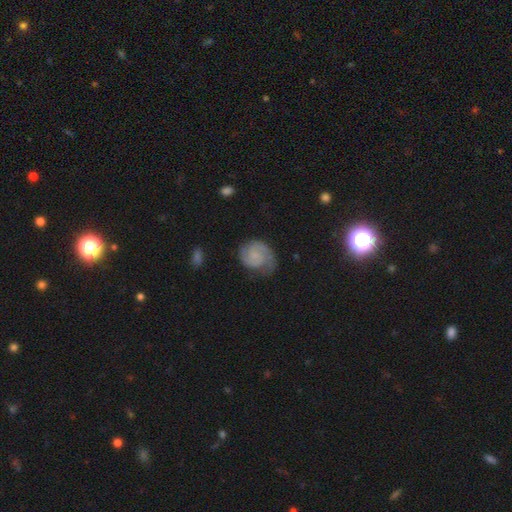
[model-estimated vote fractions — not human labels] Smooth or featured? featured or disk (75%)
Edge-on disk? no (98%)
Bar? no (60%)
Spiral arms? yes (96%)
Spiral winding? tight (50%)
Spiral arm count? 2 (80%)
Bulge size? small (42%, tied with none)
Merging? none (68%)